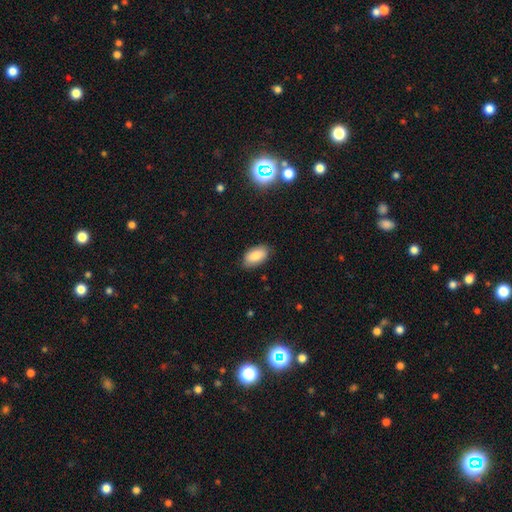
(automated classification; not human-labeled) A smooth galaxy with no disk features (83%) that is in between round and cigar-shaped (94%). Merging: none (82%).